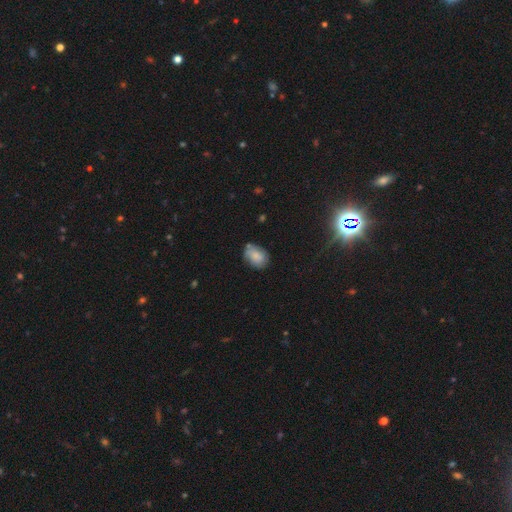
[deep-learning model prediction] This is likely a smooth galaxy (75%). How rounded: likely in between (74%). Merging: likely none (64%).